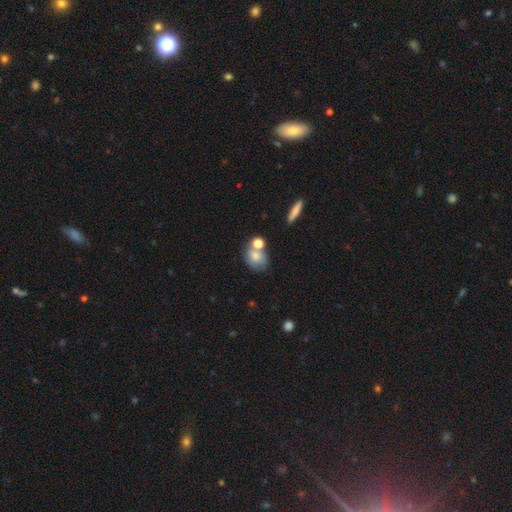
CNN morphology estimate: type=smooth (73%); roundness=in between (51%); merging=none (43%).